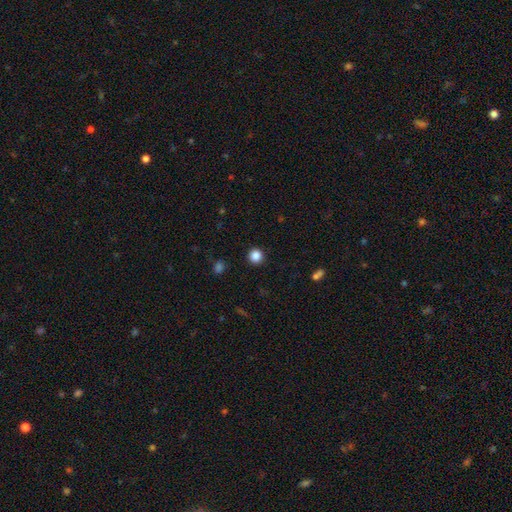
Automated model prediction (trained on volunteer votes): smooth 86%, star or artifact 11%, featured or disk 3%. Down the decision tree: how rounded — round (95%); merging — none (93%).